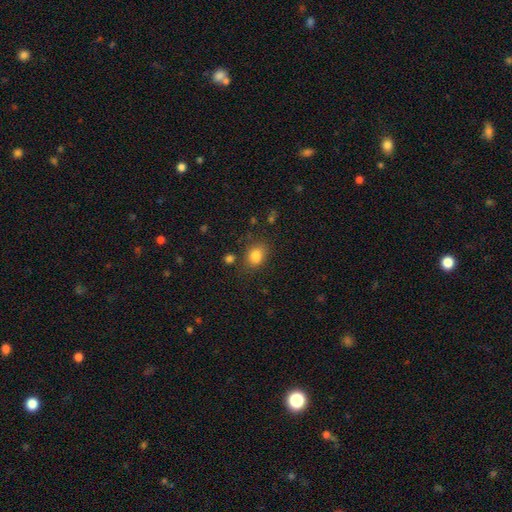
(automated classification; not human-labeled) A smooth galaxy with no disk features (83%) that is in between round and cigar-shaped (58%). Merging: none (74%).